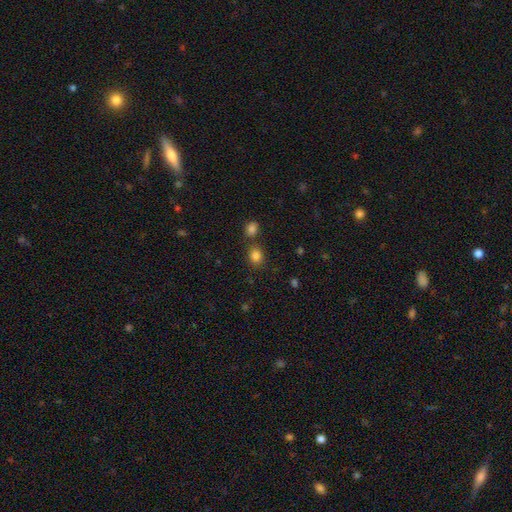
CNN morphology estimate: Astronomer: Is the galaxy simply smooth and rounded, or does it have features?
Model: smooth — 83%.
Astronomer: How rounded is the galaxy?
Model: round — 52% (runner-up: in between, 47%).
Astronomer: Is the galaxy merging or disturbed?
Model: none — 69%.